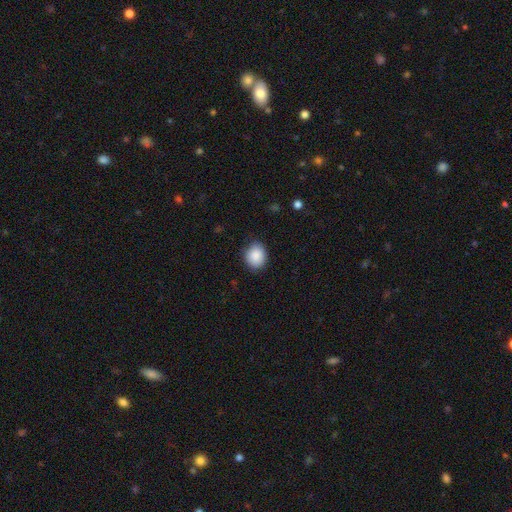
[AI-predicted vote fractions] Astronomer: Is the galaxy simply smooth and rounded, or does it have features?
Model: smooth — 89%.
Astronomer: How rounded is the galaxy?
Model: round — 59% (runner-up: in between, 40%).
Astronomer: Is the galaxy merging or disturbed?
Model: none — 82%.